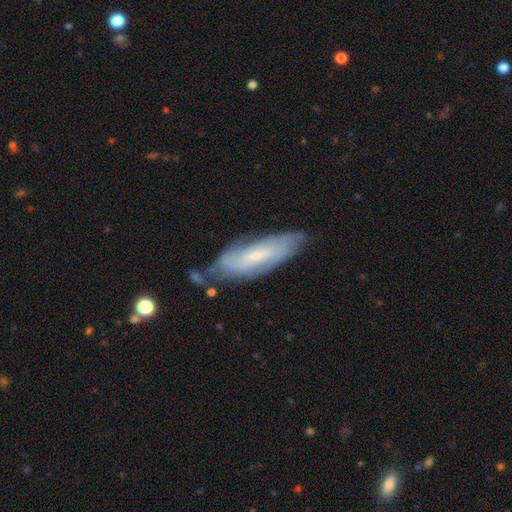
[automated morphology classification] smooth-or-featured: featured or disk: 56% | smooth: 37% | star or artifact: 7%
  disk-edge-on: no: 78% | yes: 22%
  merging: none: 64% | minor disturbance: 25% | major disturbance: 7% | merger: 4%